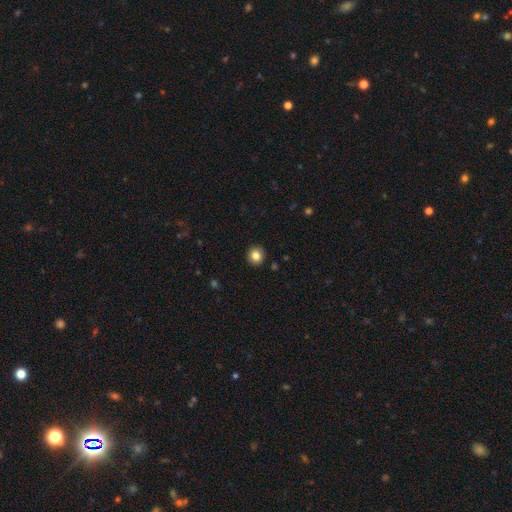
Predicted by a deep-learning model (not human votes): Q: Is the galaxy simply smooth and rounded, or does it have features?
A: smooth — 83%.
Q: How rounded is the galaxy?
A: round — 90%.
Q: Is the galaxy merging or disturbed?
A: none — 92%.